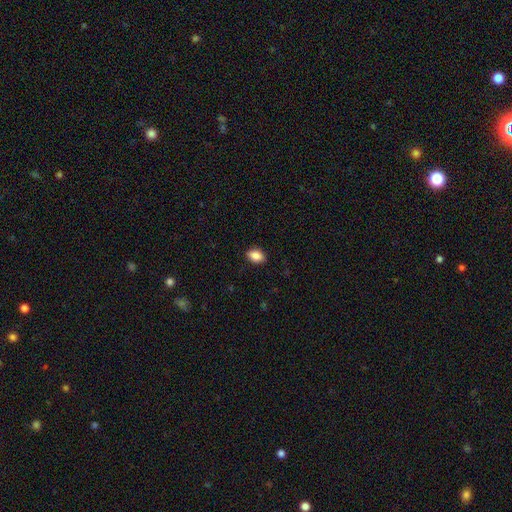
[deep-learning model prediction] A smooth galaxy with no disk features (88%) that is in between round and cigar-shaped (84%). Merging: none (89%).